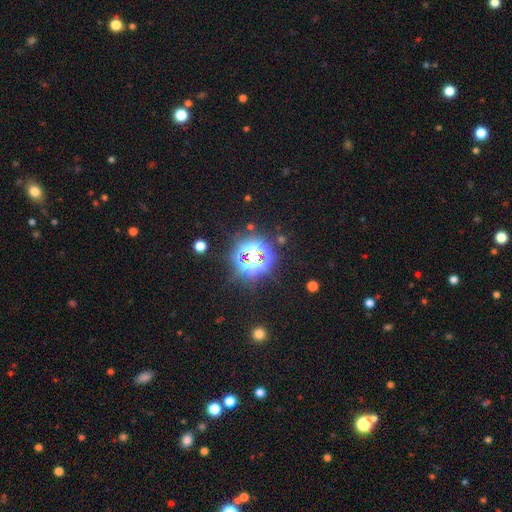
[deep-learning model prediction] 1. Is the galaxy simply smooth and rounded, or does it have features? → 79% star or artifact, 15% smooth, 6% featured or disk.